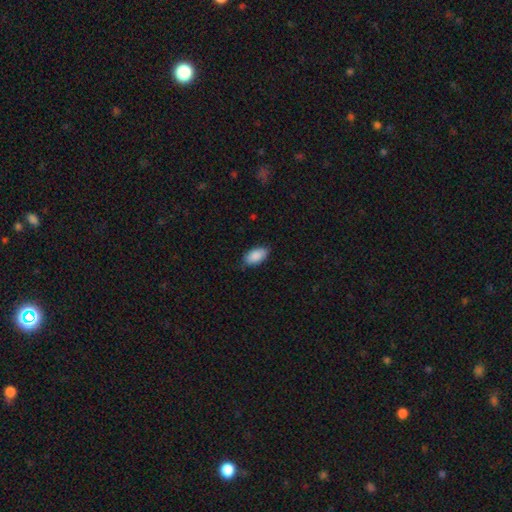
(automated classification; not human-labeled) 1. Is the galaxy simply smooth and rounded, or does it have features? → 89% smooth, 6% star or artifact, 5% featured or disk.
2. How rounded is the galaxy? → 94% in between, 3% round, 3% cigar-shaped.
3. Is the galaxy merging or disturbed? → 78% none, 18% minor disturbance, 3% major disturbance, 1% merger.